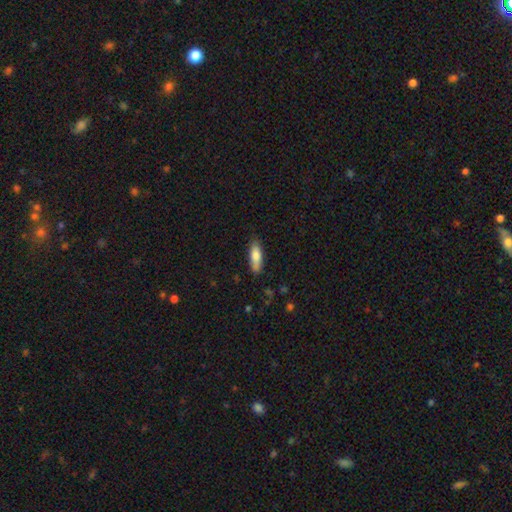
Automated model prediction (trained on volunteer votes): smooth-or-featured: smooth: 79% | featured or disk: 14% | star or artifact: 6%
  how-rounded: in between: 57% | cigar-shaped: 41% | round: 2%
  merging: none: 77% | minor disturbance: 18% | major disturbance: 3% | merger: 2%